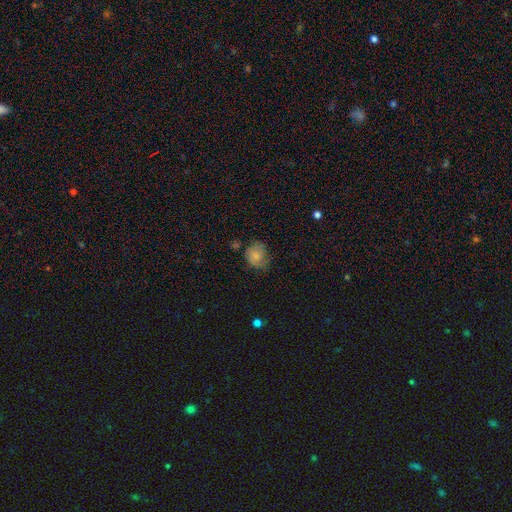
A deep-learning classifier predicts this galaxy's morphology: Smooth or featured: smooth — 69% (featured or disk — 22%)
How rounded: round — 67% (in between — 32%)
Merging: none — 55% (minor disturbance — 30%)